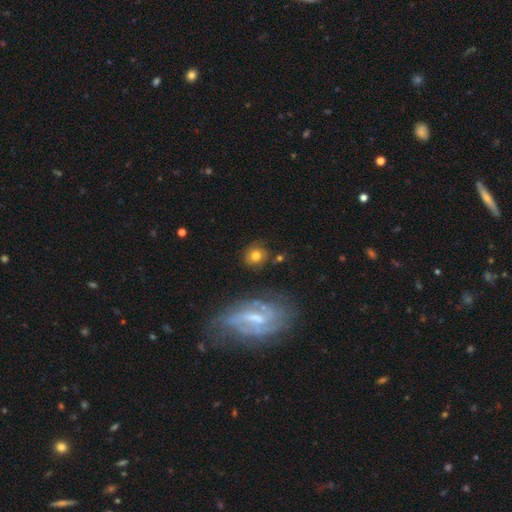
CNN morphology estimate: smooth-or-featured: smooth: 67% | featured or disk: 22% | star or artifact: 11%
  how-rounded: round: 76% | in between: 22% | cigar-shaped: 2%
  merging: none: 73% | minor disturbance: 15% | major disturbance: 6% | merger: 5%